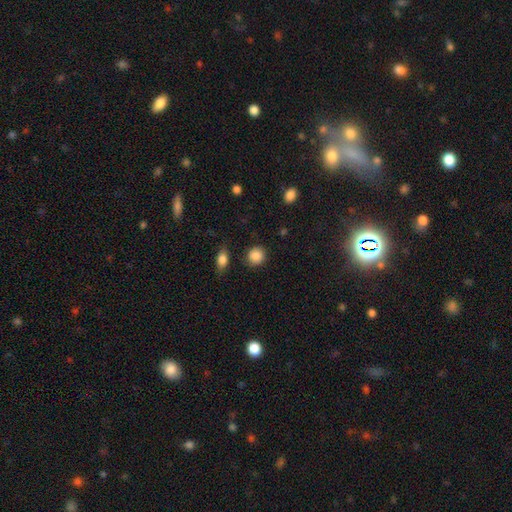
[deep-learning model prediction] smooth 87%, star or artifact 9%, featured or disk 4%. Down the decision tree: how rounded — round (88%); merging — none (85%).